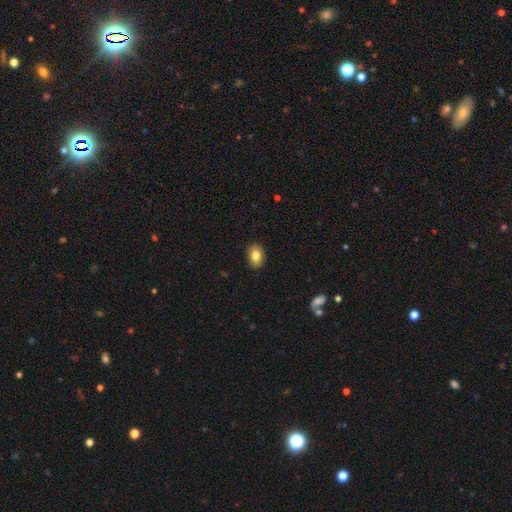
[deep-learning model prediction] This appears to be a smooth galaxy with no disk features (81%) that is in between round and cigar-shaped (83%). Merging: none (89%).